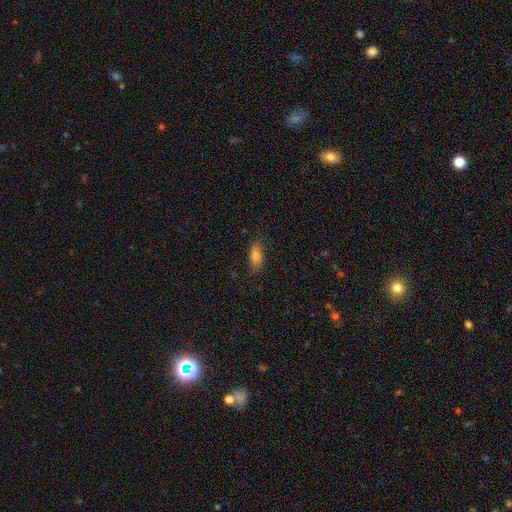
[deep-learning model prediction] smooth 77%, featured or disk 13%, star or artifact 10%. Down the decision tree: how rounded — in between (81%); merging — none (72%).